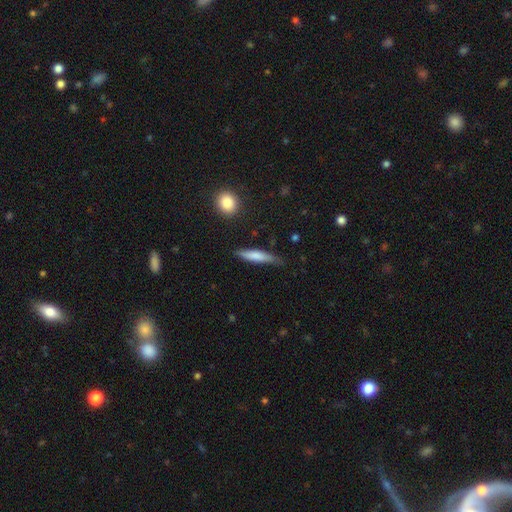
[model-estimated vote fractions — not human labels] Smooth or featured?
  - smooth: 69% *
  - featured or disk: 25%
  - star or artifact: 6%
How rounded?
  - cigar-shaped: 85% *
  - in between: 13%
  - round: 2%
Merging?
  - none: 72% *
  - minor disturbance: 21%
  - major disturbance: 4%
  - merger: 2%